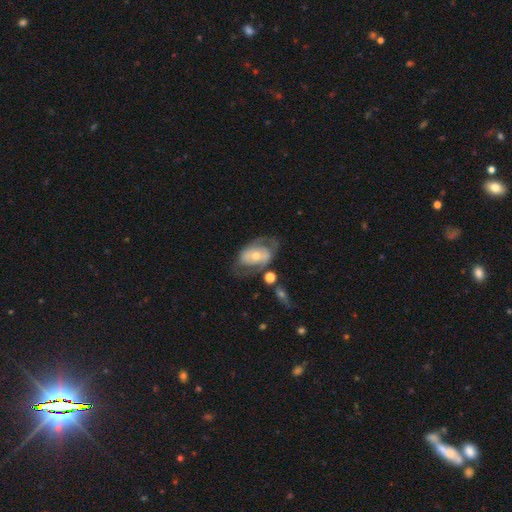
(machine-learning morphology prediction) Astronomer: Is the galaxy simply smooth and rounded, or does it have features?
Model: featured or disk — 65%.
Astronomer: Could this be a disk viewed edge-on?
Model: no — 94%.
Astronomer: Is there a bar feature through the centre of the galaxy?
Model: no — 63%.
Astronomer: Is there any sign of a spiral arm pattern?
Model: yes — 61% (runner-up: no, 39%).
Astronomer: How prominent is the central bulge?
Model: moderate — 55% (runner-up: small, 39%).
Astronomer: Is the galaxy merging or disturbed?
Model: none — 50%.